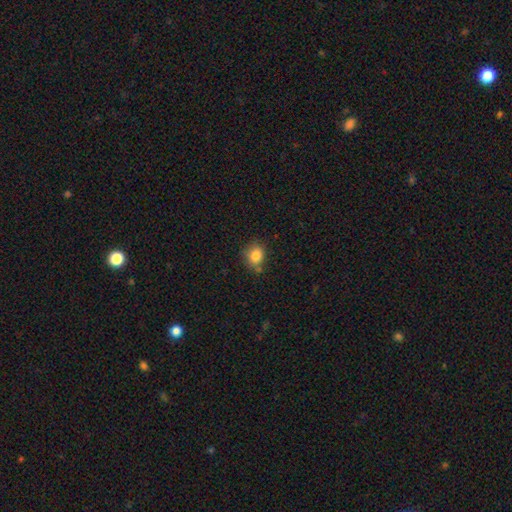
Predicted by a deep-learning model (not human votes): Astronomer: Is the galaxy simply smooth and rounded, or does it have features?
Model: smooth — 84%.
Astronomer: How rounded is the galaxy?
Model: round — 59% (runner-up: in between, 40%).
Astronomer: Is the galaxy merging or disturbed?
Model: none — 72%.